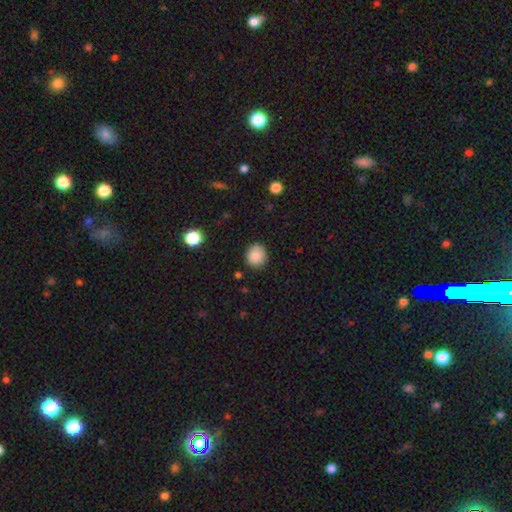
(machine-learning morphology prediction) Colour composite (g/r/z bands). It shows a smooth galaxy with no disk features (86%) that is round (79%). Merging: none (87%).